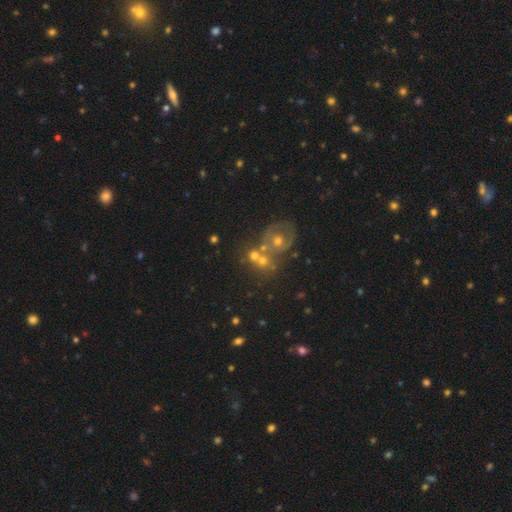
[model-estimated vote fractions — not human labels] featured or disk 42%, smooth 35%, star or artifact 23%. Down the decision tree: merging — merger (46%).